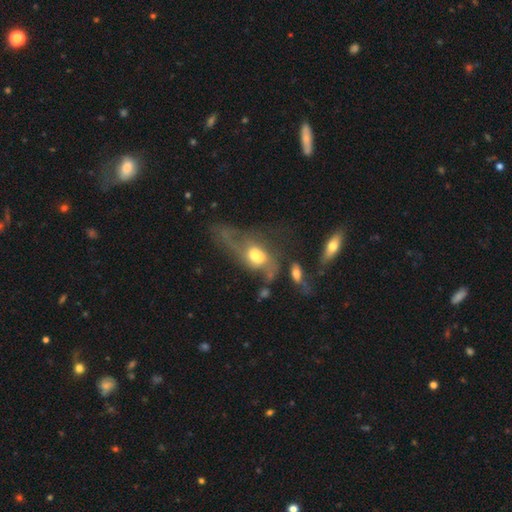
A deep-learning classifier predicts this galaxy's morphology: Smooth or featured? Predicted: smooth (p=0.46). Merging? Predicted: major disturbance (p=0.47).